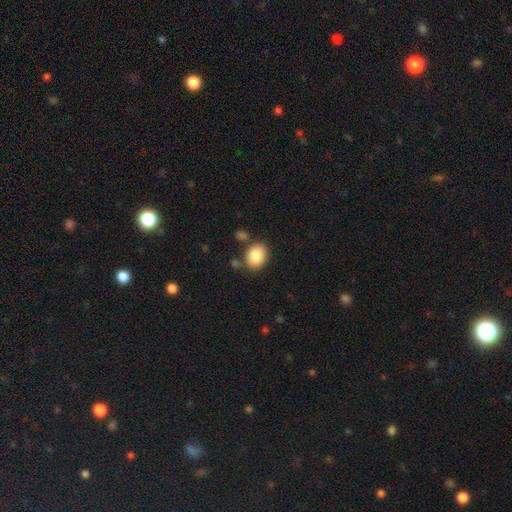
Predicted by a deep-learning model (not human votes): Q: Smooth or featured?
A: smooth (86%); runner-up: star or artifact (8%)
Q: How rounded?
A: in between (55%); runner-up: round (44%)
Q: Merging?
A: none (76%); runner-up: minor disturbance (13%)